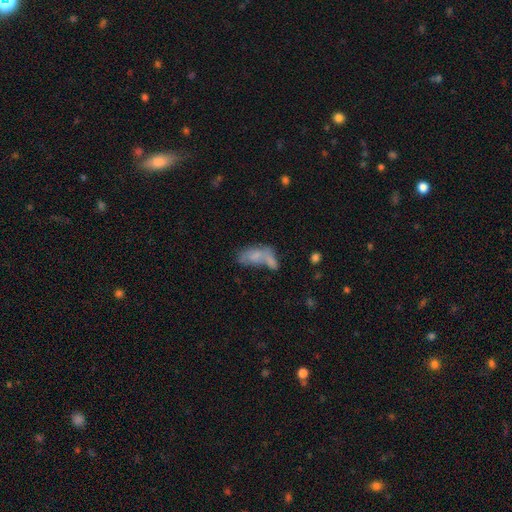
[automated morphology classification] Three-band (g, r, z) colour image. It shows a smooth galaxy with no disk features (69%) that is in between round and cigar-shaped (86%). Merging: merger (52%).